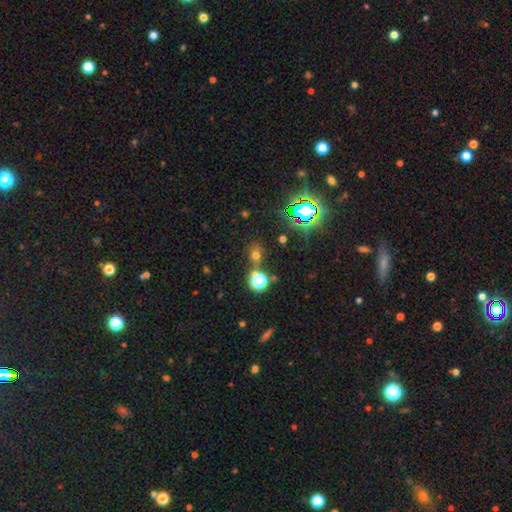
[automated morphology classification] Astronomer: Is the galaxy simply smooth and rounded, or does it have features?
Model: smooth — 52% (runner-up: star or artifact, 39%).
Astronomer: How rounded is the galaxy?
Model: round — 73%.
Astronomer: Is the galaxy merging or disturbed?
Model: none — 69%.